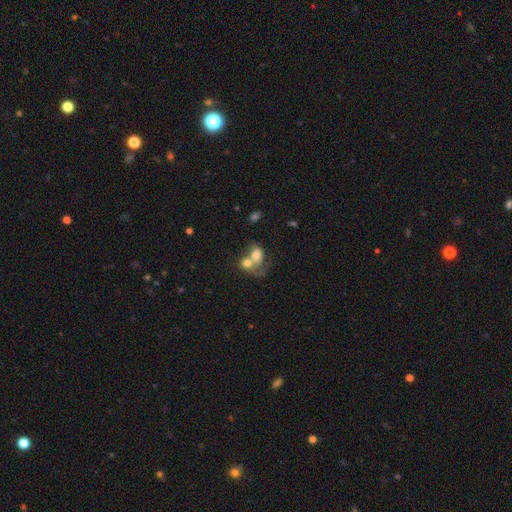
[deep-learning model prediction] Smooth or featured? smooth (62%)
How rounded? in between (54%)
Merging? merger (70%)